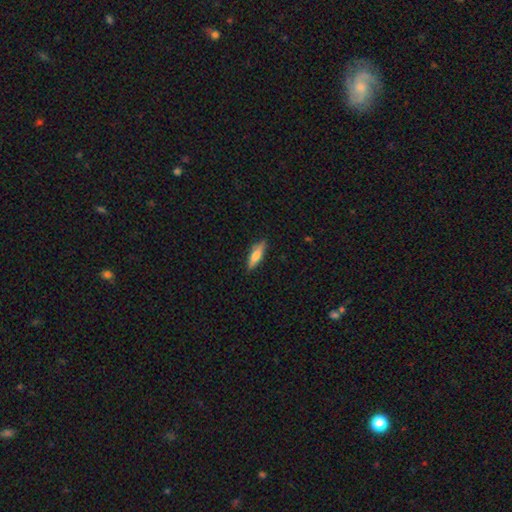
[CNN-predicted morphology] Smooth or featured: smooth — 66% (featured or disk — 28%)
How rounded: cigar-shaped — 64% (in between — 34%)
Merging: none — 84% (minor disturbance — 12%)